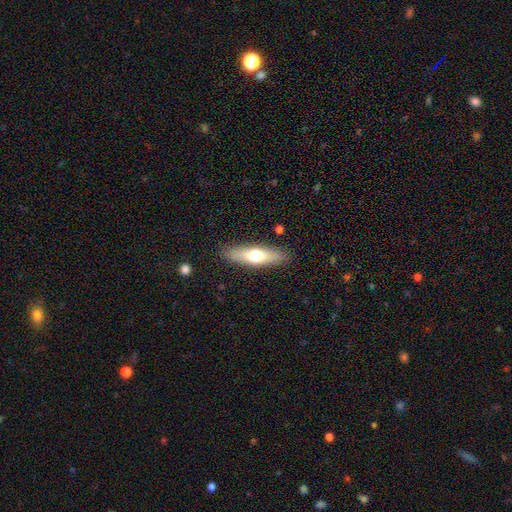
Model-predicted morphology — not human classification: type=smooth (57%); roundness=cigar-shaped (64%); merging=none (88%).